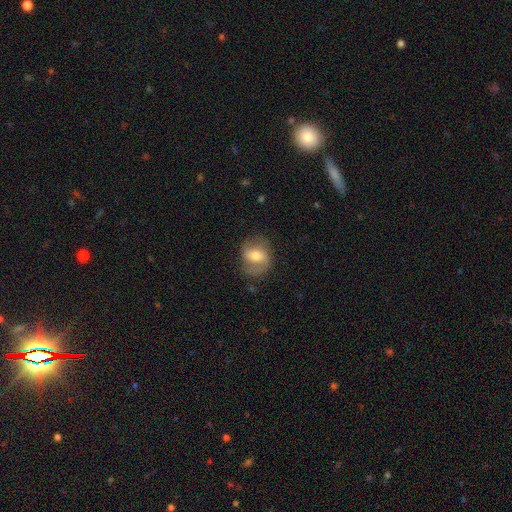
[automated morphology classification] Smooth or featured? featured or disk (53%)
Edge-on disk? no (96%)
Bar? weak (45%)
Spiral arms? yes (80%)
Bulge size? moderate (62%)
Merging? none (68%)